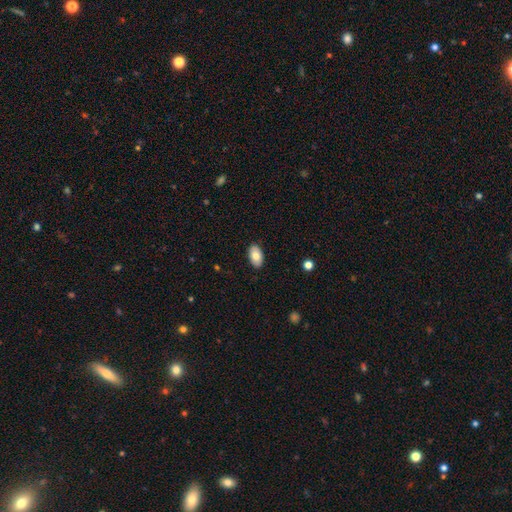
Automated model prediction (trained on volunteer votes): Smooth or featured: smooth — 78% (featured or disk — 15%)
How rounded: in between — 94% (round — 4%)
Merging: none — 88% (minor disturbance — 9%)